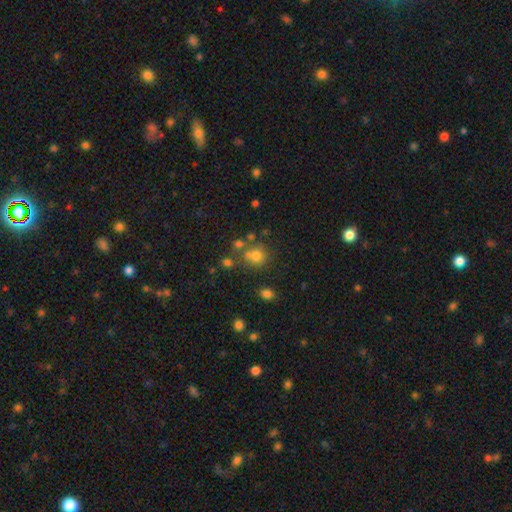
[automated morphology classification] This appears to be a smooth galaxy with no disk features (69%) that is round (84%). Merging: none (63%).